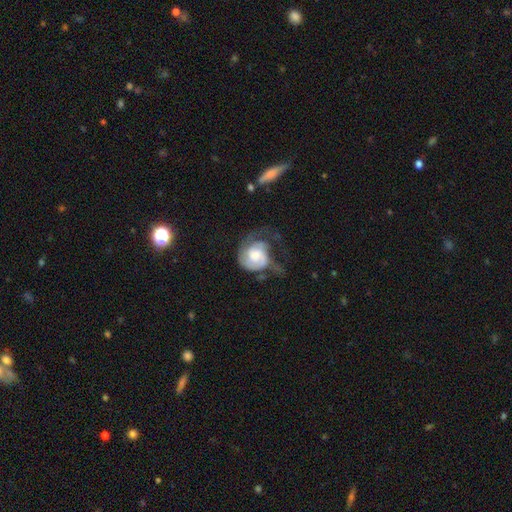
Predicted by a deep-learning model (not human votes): smooth_or_featured: featured or disk (p=0.66) [alt: smooth p=0.28]
disk_edge_on: no (p=0.98) [alt: yes p=0.02]
bar: no (p=0.71) [alt: weak p=0.25]
has_spiral_arms: yes (p=0.87) [alt: no p=0.13]
spiral_winding: tight (p=0.41) [alt: medium p=0.36]
spiral_arm_count: 2 (p=0.39) [alt: 1 p=0.33]
bulge_size: moderate (p=0.36) [alt: large p=0.35]
merging: major disturbance (p=0.49) [alt: none p=0.26]